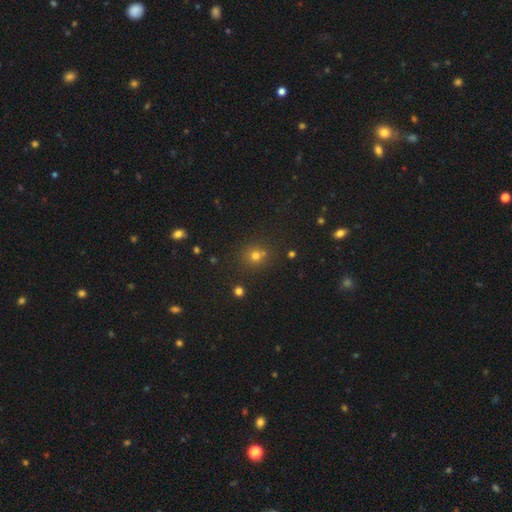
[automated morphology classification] This appears to be a smooth galaxy with no disk features (67%) that is round (86%). Merging: none (71%).